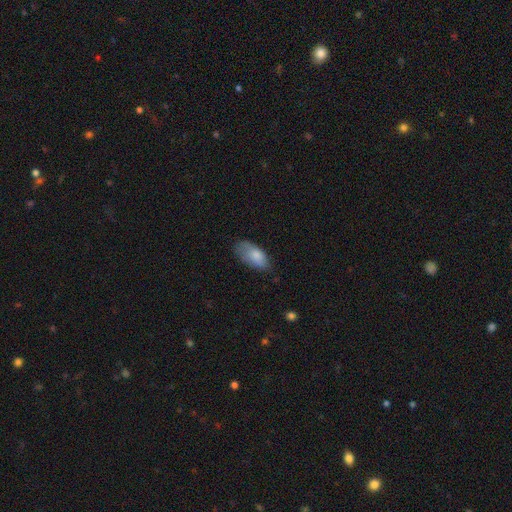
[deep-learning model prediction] This appears to be a smooth galaxy with no disk features (80%) that is in between round and cigar-shaped (92%). Merging: none (57%).